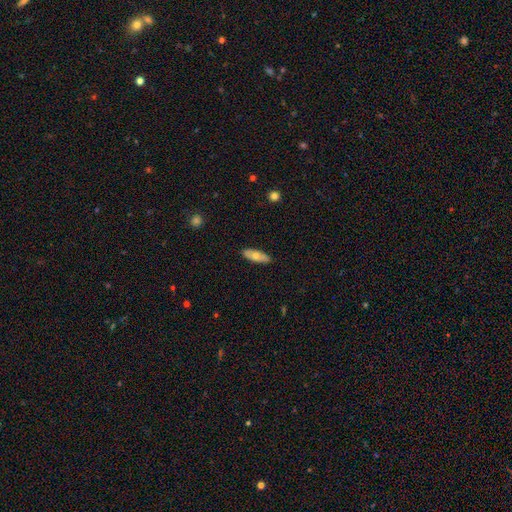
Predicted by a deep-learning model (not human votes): Smooth or featured: smooth — 61% (featured or disk — 33%)
How rounded: in between — 70% (cigar-shaped — 27%)
Merging: none — 87% (minor disturbance — 10%)